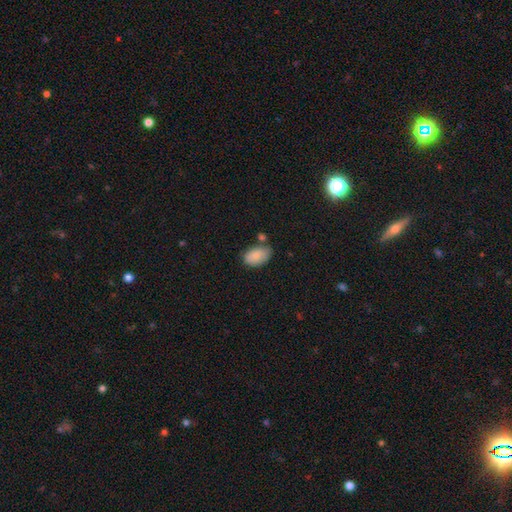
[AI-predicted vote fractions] Overall: smooth (86%). How rounded: in between (92%). Merging: none (58%; minor disturbance 26%).